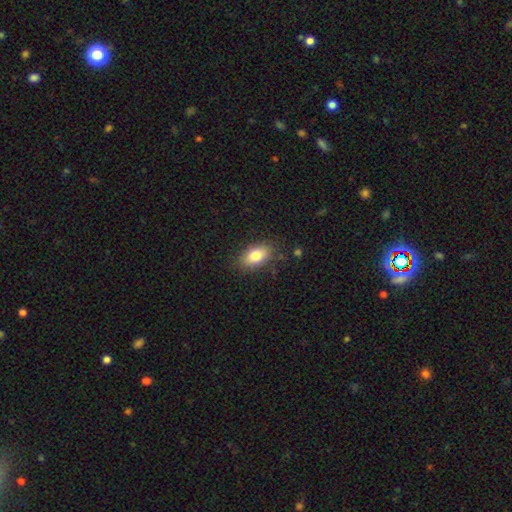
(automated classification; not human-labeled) This is clearly a smooth galaxy (81%). How rounded: clearly in between (89%). Merging: clearly none (84%).